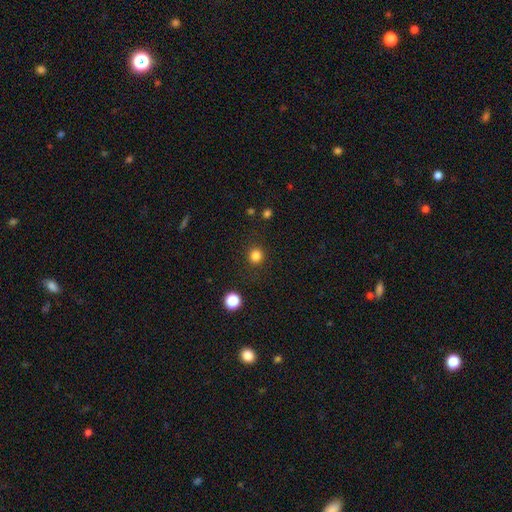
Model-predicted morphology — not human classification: Smooth or featured? smooth (83%)
How rounded? round (91%)
Merging? none (88%)